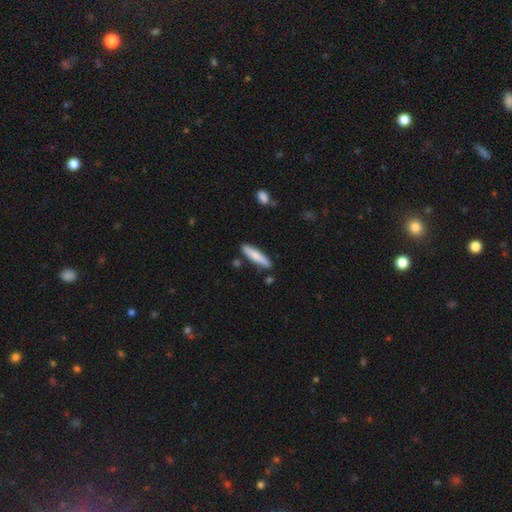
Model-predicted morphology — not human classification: Q: Smooth or featured?
A: smooth (74%); runner-up: featured or disk (20%)
Q: How rounded?
A: cigar-shaped (83%); runner-up: in between (16%)
Q: Merging?
A: none (85%); runner-up: minor disturbance (10%)